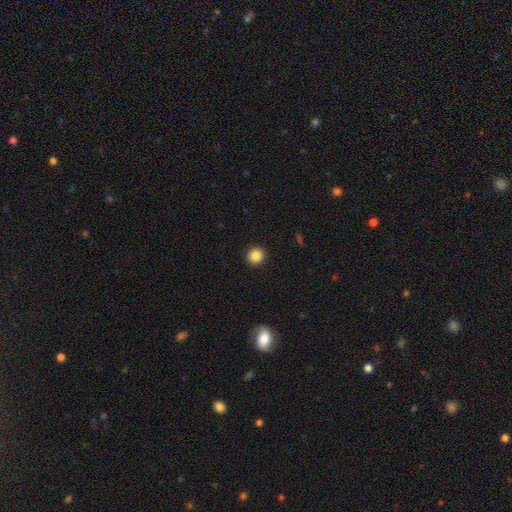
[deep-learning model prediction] A smooth galaxy with no disk features (86%) that is round (92%). Merging: none (93%).